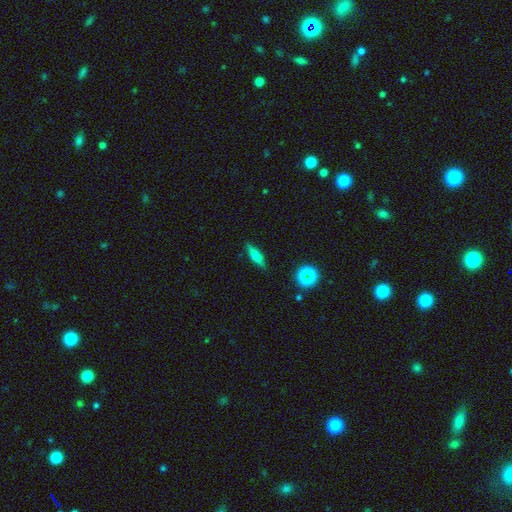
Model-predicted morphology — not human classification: This is likely a smooth galaxy (60%). How rounded: likely cigar-shaped (70%). Merging: clearly none (86%).